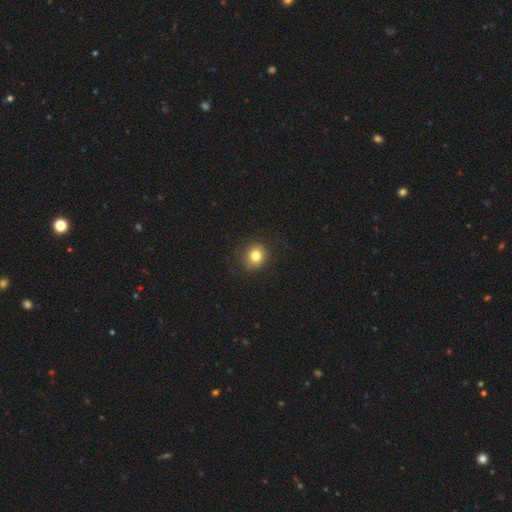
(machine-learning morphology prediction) Smooth or featured?
  - smooth: 81% *
  - star or artifact: 11%
  - featured or disk: 8%
How rounded?
  - round: 85% *
  - in between: 14%
  - cigar-shaped: 1%
Merging?
  - none: 85% *
  - minor disturbance: 11%
  - major disturbance: 3%
  - merger: 1%